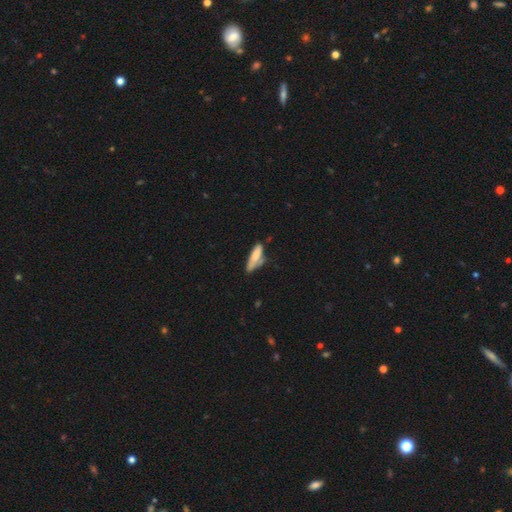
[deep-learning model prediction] Overall: smooth (71%). How rounded: cigar-shaped (54%; in between 44%). Merging: none (43%; minor disturbance 31%).